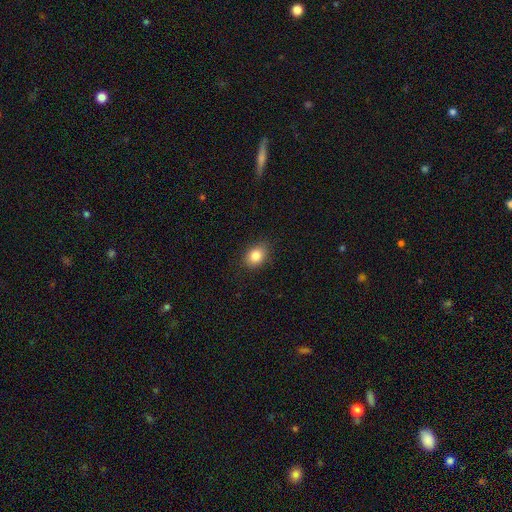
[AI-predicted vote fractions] Morphology: type=smooth (84%); roundness=in between (63%); merging=none (84%).